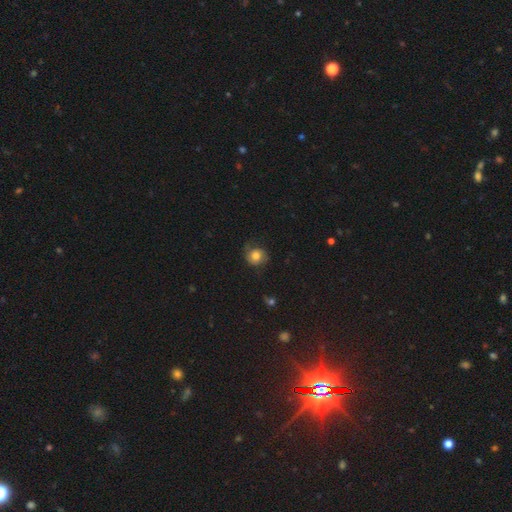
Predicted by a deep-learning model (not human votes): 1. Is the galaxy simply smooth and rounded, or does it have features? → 64% smooth, 26% featured or disk, 10% star or artifact.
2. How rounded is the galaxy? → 82% round, 17% in between, 1% cigar-shaped.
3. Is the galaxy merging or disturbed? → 64% none, 23% minor disturbance, 12% major disturbance, 1% merger.